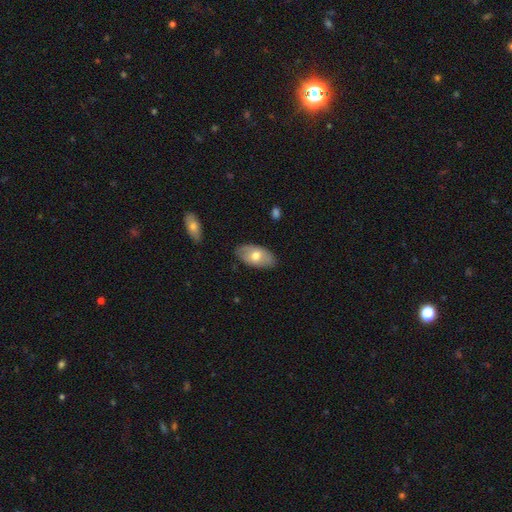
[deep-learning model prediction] smooth 63%, featured or disk 31%, star or artifact 6%. Down the decision tree: how rounded — in between (94%); merging — none (81%).